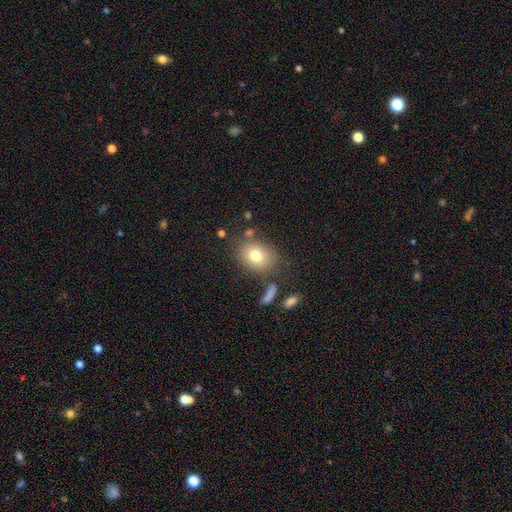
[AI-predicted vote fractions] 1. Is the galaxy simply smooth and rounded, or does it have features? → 77% smooth, 13% featured or disk, 10% star or artifact.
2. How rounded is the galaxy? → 54% in between, 45% round, 1% cigar-shaped.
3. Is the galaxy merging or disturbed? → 75% none, 14% minor disturbance, 6% merger, 6% major disturbance.